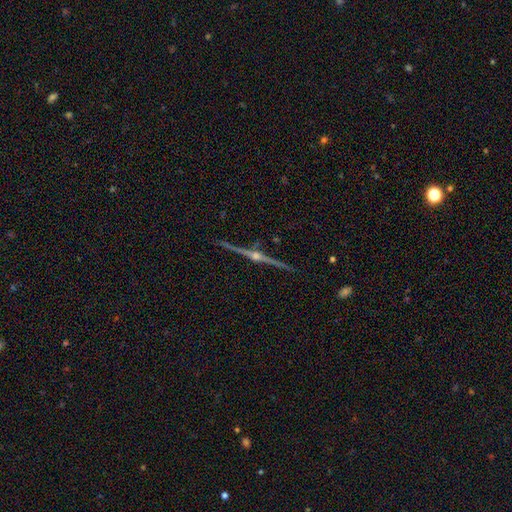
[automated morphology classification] This appears to be a featured or disk galaxy (90%) viewed edge-on (99%) with a rounded central bulge (94%). Merging: none (92%).